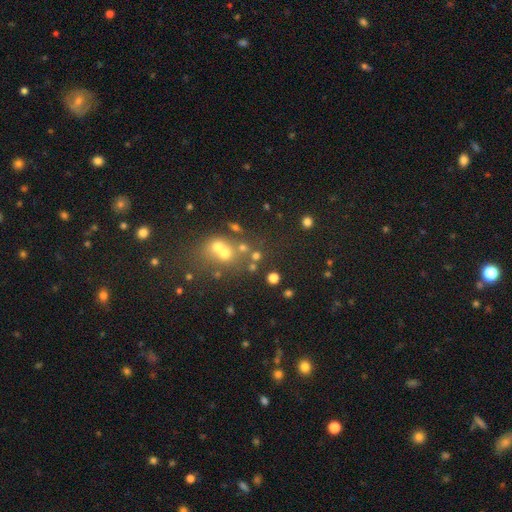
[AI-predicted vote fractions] This appears to be a smooth galaxy with no disk features (50%) that is round (77%). Merging: none (46%).